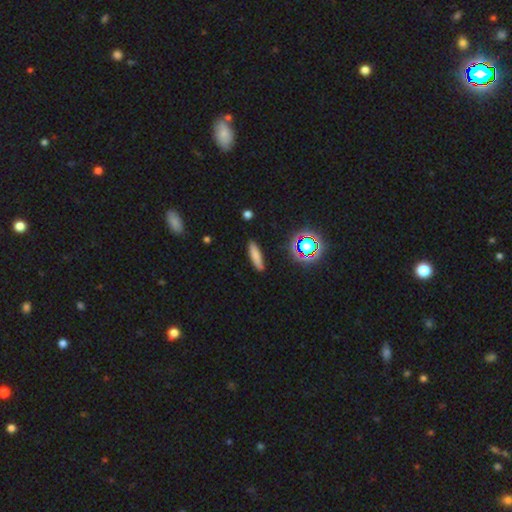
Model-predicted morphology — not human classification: smooth-or-featured: smooth: 74% | star or artifact: 13% | featured or disk: 13%
  how-rounded: cigar-shaped: 70% | in between: 27% | round: 3%
  merging: none: 85% | minor disturbance: 10% | major disturbance: 2% | merger: 2%